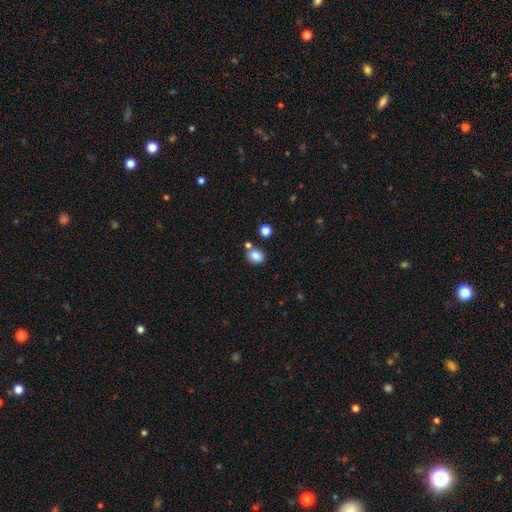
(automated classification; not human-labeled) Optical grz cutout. It shows a smooth galaxy with no disk features (84%) that is round (56%). Merging: none (69%).